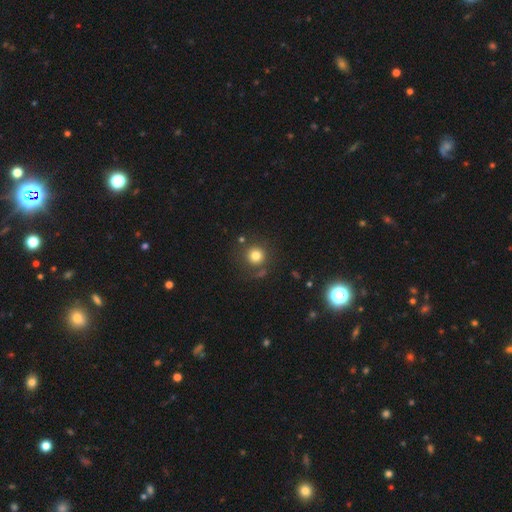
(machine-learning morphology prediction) This appears to be a smooth galaxy with no disk features (78%) that is round (93%). Merging: none (77%).